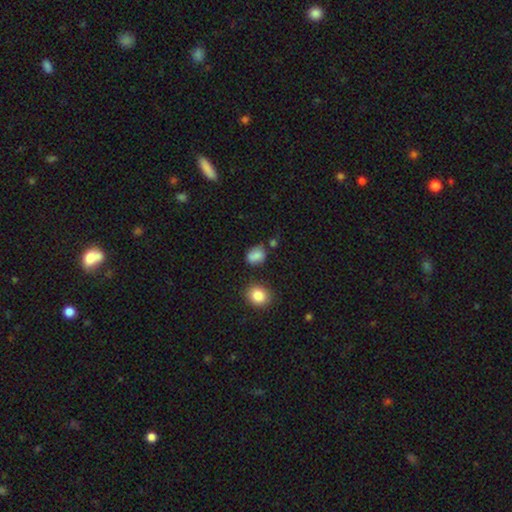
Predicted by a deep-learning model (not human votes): Q: Smooth or featured?
A: smooth (80%); runner-up: star or artifact (11%)
Q: How rounded?
A: in between (59%); runner-up: round (39%)
Q: Merging?
A: none (63%); runner-up: minor disturbance (24%)